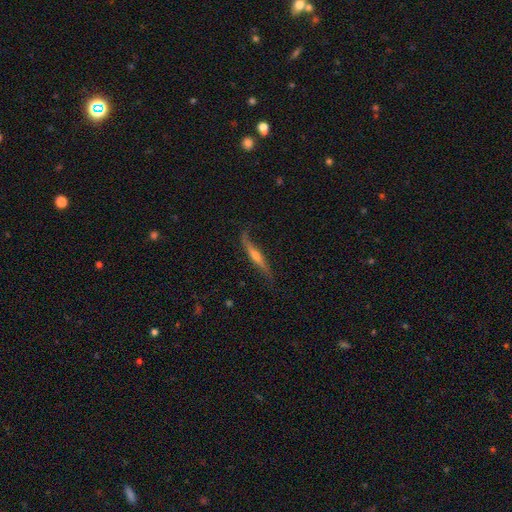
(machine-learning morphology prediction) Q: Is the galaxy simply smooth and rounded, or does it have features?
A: featured or disk — 69%.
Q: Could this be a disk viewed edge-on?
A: yes — 82%.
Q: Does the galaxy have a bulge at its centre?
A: rounded — 76%.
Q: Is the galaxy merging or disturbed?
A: none — 67%.